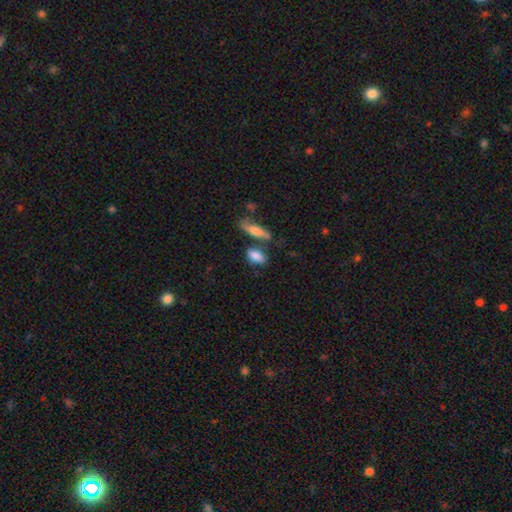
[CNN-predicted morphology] This appears to be a smooth galaxy with no disk features (82%) that is in between round and cigar-shaped (81%). Merging: none (58%).